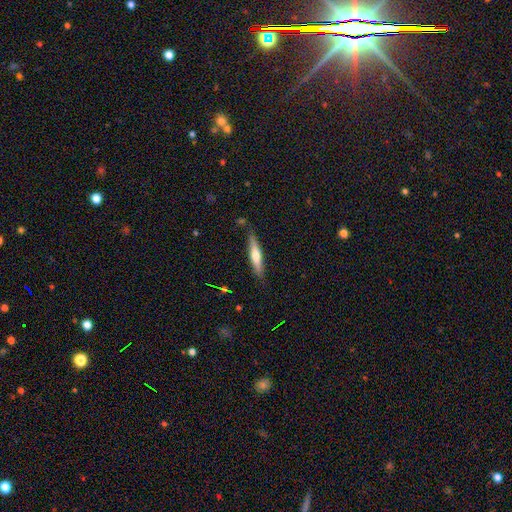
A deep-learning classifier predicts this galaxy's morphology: Q: Smooth or featured?
A: smooth (50%); runner-up: featured or disk (44%)
Q: Merging?
A: none (83%); runner-up: minor disturbance (13%)